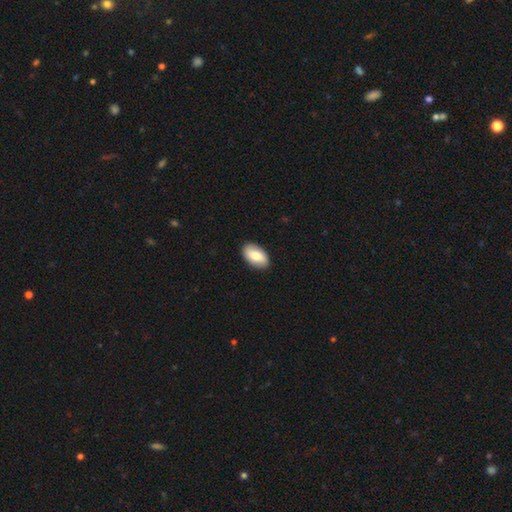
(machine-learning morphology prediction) A smooth galaxy with no disk features (79%) that is in between round and cigar-shaped (94%).

Vote fractions:
- Smooth or featured? smooth: 79% / featured or disk: 15% / star or artifact: 6%
- How rounded? in between: 94% / round: 4% / cigar-shaped: 2%
- Merging? none: 89% / minor disturbance: 8% / major disturbance: 2% / merger: 1%